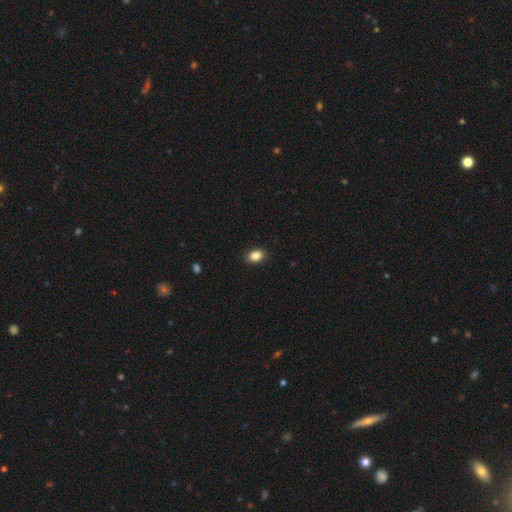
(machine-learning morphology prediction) The model was most divided on "how rounded": in between: 81%, round: 18%, cigar-shaped: 1%. More confident: merging — none (89%); smooth or featured — smooth (87%).